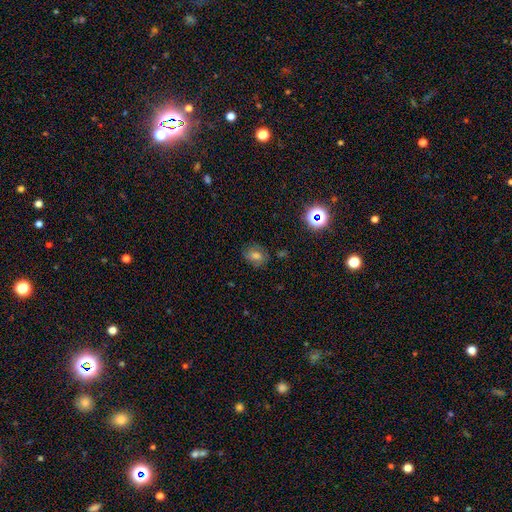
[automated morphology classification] Smooth or featured: smooth — 59% (star or artifact — 22%)
How rounded: round — 51% (in between — 47%)
Merging: none — 77% (minor disturbance — 16%)